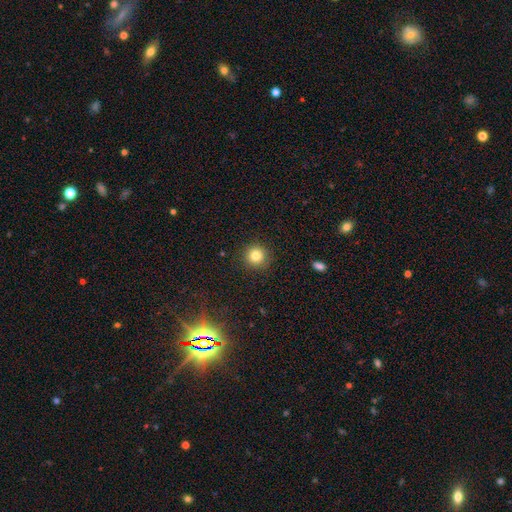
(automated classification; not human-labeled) The model was most divided on "smooth or featured": smooth: 82%, star or artifact: 11%, featured or disk: 6%. More confident: how rounded — round (94%); merging — none (90%).